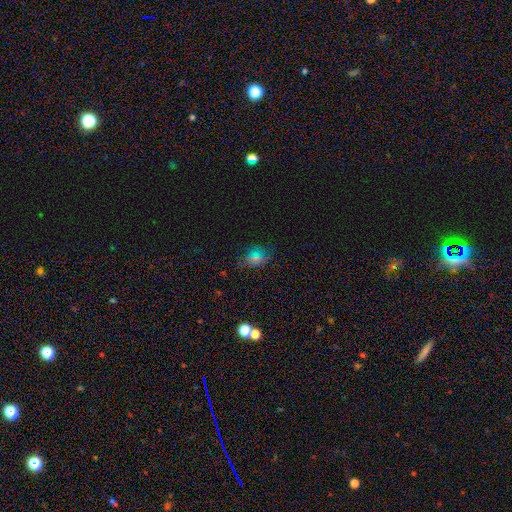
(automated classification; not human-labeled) Smooth or featured: smooth — 49% (star or artifact — 40%)
Merging: none — 77% (minor disturbance — 14%)